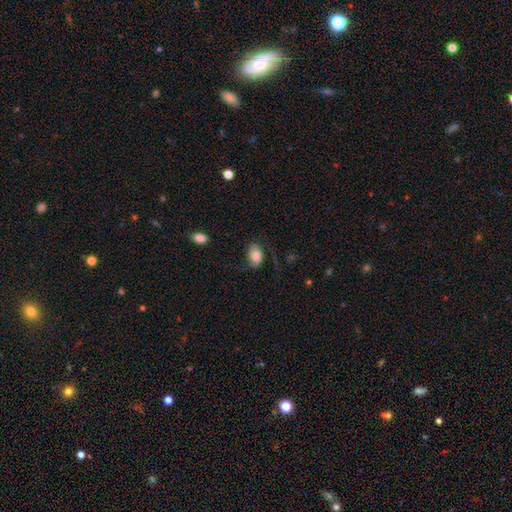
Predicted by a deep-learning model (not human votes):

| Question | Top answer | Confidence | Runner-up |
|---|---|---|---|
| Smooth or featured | smooth | 73% | featured or disk (19%) |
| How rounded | in between | 85% | round (14%) |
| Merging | none | 52% | minor disturbance (24%) |